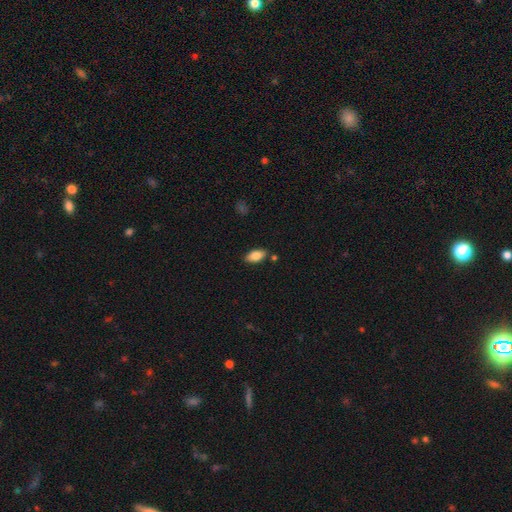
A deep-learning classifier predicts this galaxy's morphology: Smooth or featured? Predicted: smooth (p=0.81). How rounded? Predicted: in between (p=0.91). Merging? Predicted: none (p=0.84).